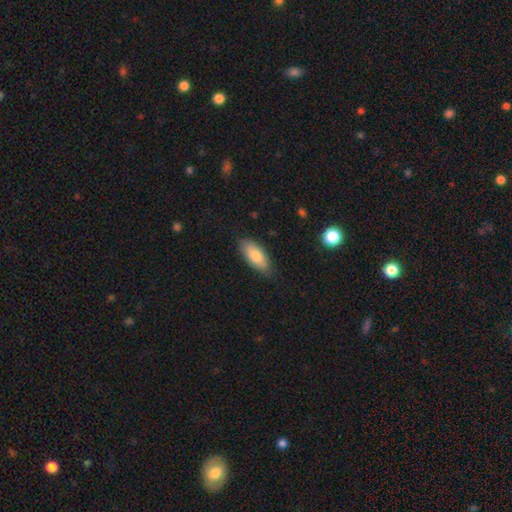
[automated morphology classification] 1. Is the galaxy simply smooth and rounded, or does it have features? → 78% smooth, 16% featured or disk, 6% star or artifact.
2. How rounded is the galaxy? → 84% in between, 14% cigar-shaped, 2% round.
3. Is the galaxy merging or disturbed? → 83% none, 13% minor disturbance, 2% major disturbance, 1% merger.